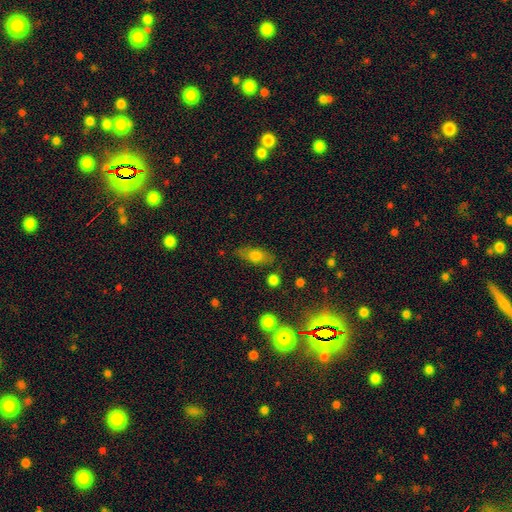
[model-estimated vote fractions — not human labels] Smooth or featured?
  - smooth: 70% *
  - featured or disk: 21%
  - star or artifact: 9%
How rounded?
  - in between: 78% *
  - cigar-shaped: 15%
  - round: 7%
Merging?
  - none: 76% *
  - minor disturbance: 16%
  - major disturbance: 5%
  - merger: 3%